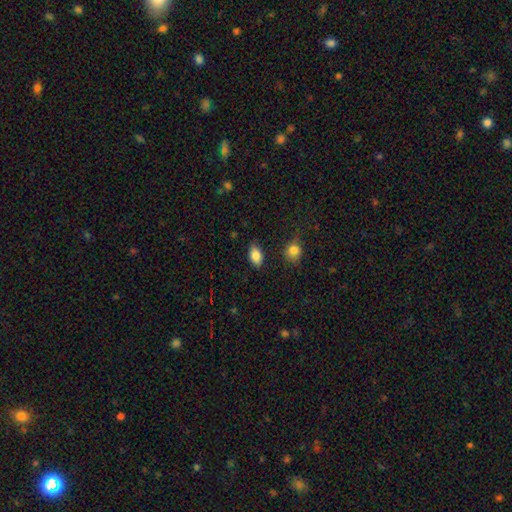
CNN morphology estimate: smooth-or-featured: smooth: 84% | star or artifact: 8% | featured or disk: 8%
  how-rounded: in between: 89% | round: 8% | cigar-shaped: 3%
  merging: none: 83% | minor disturbance: 12% | major disturbance: 3% | merger: 2%